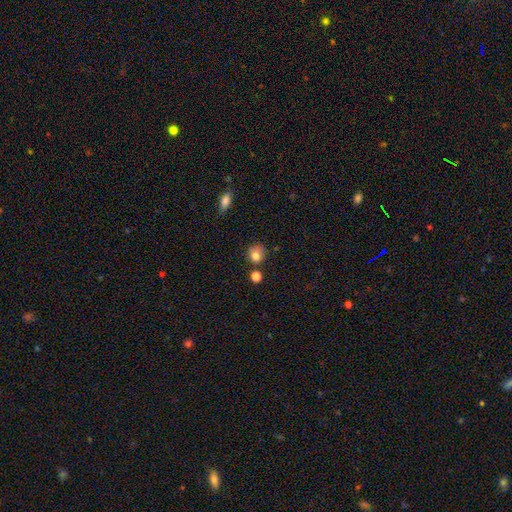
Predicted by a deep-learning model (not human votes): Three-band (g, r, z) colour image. It shows a smooth galaxy with no disk features (80%) that is round (82%). Merging: none (67%).